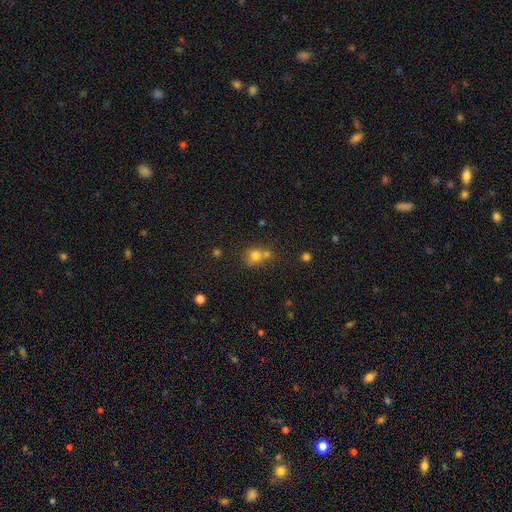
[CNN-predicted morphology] Smooth or featured: smooth — 74% (star or artifact — 15%)
How rounded: round — 77% (in between — 22%)
Merging: none — 44% (merger — 42%)